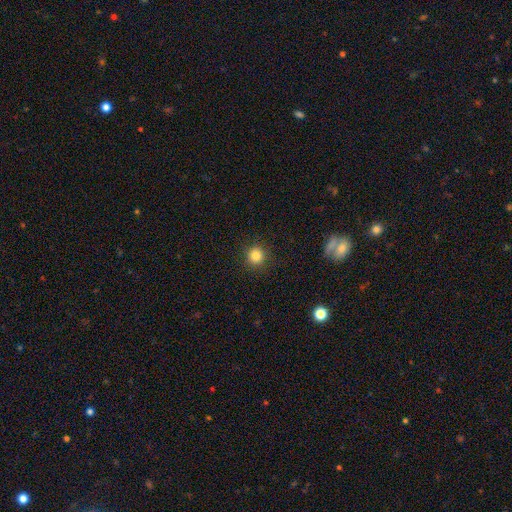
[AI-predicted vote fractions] Smooth or featured?
  - smooth: 84% *
  - star or artifact: 12%
  - featured or disk: 5%
How rounded?
  - round: 93% *
  - in between: 6%
  - cigar-shaped: 1%
Merging?
  - none: 91% *
  - minor disturbance: 6%
  - major disturbance: 2%
  - merger: 1%